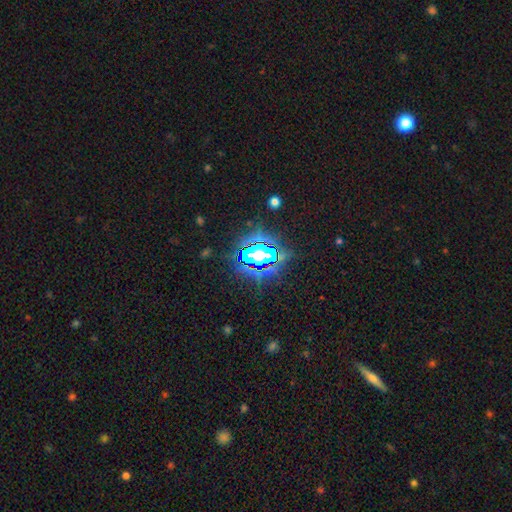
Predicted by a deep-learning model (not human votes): Smooth or featured?
  - star or artifact: 70% *
  - smooth: 17%
  - featured or disk: 13%